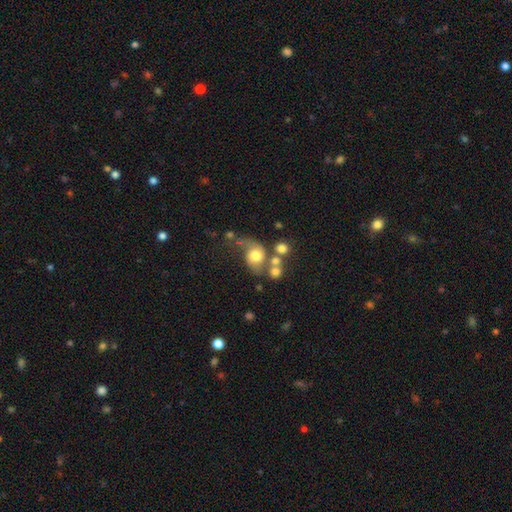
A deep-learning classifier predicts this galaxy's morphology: type=smooth (54%); roundness=round (57%); merging=none (29%).